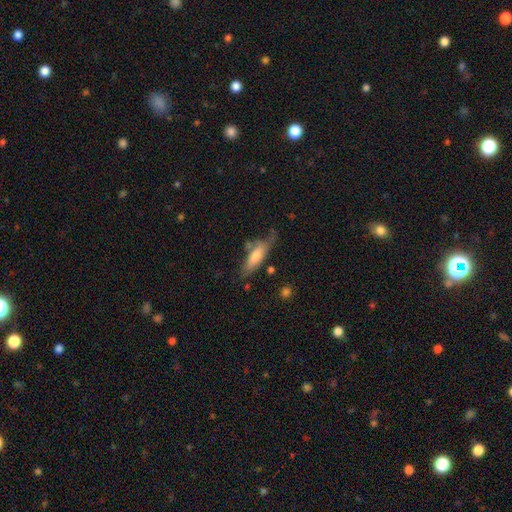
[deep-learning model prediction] A smooth galaxy with no disk features (61%) that is cigar-shaped (52%).

Vote fractions:
- Smooth or featured? smooth: 61% / featured or disk: 32% / star or artifact: 7%
- How rounded? cigar-shaped: 52% / in between: 46% / round: 2%
- Merging? none: 51% / minor disturbance: 29% / major disturbance: 13% / merger: 8%